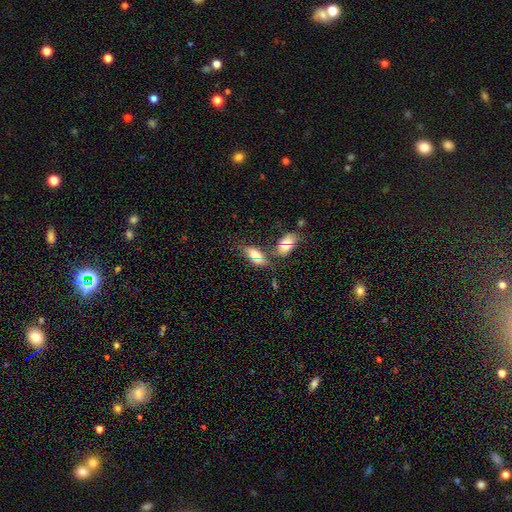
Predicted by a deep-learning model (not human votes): Morphology: type=smooth (68%); roundness=in between (81%); merging=none (46%).